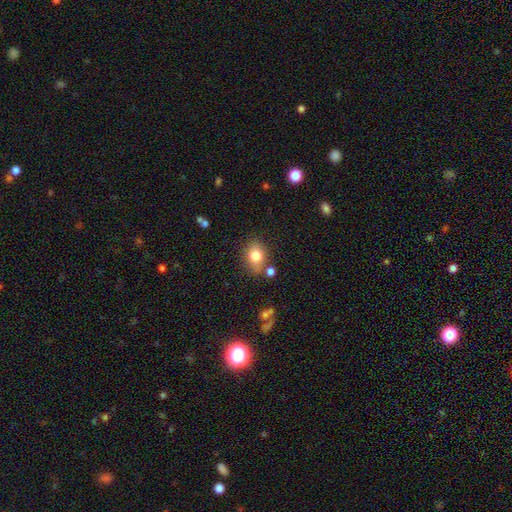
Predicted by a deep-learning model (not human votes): Smooth or featured?
  - smooth: 79% *
  - featured or disk: 11%
  - star or artifact: 10%
How rounded?
  - in between: 59% *
  - round: 40%
  - cigar-shaped: 1%
Merging?
  - none: 75% *
  - minor disturbance: 14%
  - merger: 7%
  - major disturbance: 4%